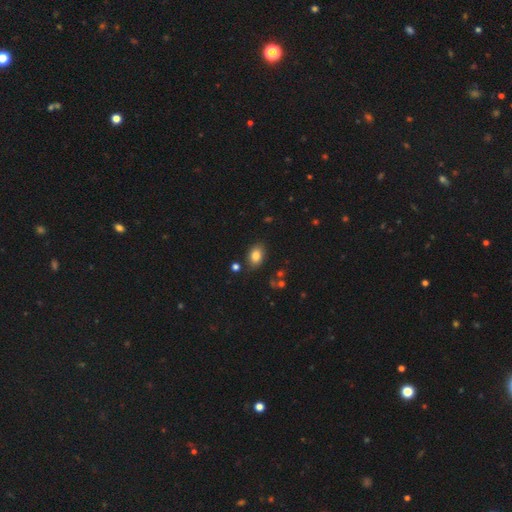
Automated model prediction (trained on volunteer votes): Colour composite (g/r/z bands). It shows a smooth galaxy with no disk features (82%) that is in between round and cigar-shaped (80%). Merging: none (81%).